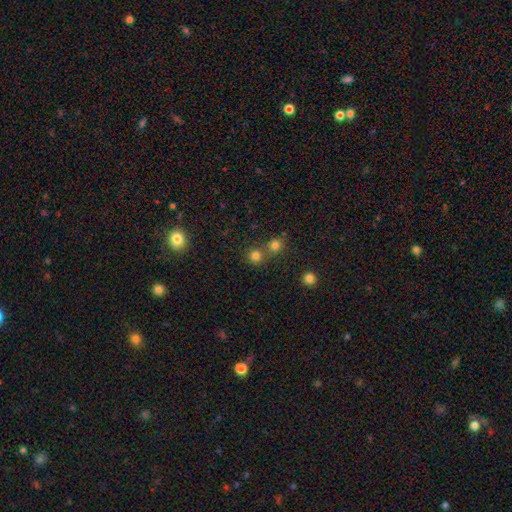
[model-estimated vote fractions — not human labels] Smooth or featured?
  - smooth: 76% *
  - star or artifact: 18%
  - featured or disk: 6%
How rounded?
  - round: 90% *
  - in between: 9%
  - cigar-shaped: 1%
Merging?
  - none: 60% *
  - merger: 32%
  - minor disturbance: 6%
  - major disturbance: 2%